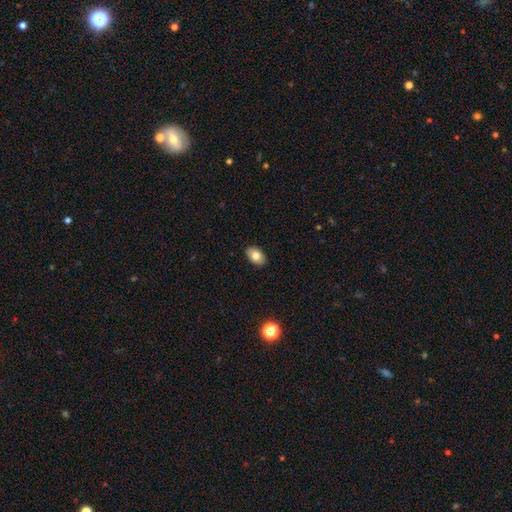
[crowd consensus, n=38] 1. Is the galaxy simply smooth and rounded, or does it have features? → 84% smooth, 8% featured or disk, 8% star or artifact.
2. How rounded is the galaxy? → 94% in between, 6% round, 0% cigar-shaped.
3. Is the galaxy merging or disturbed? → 91% none, 9% minor disturbance, 0% major disturbance, 0% merger.